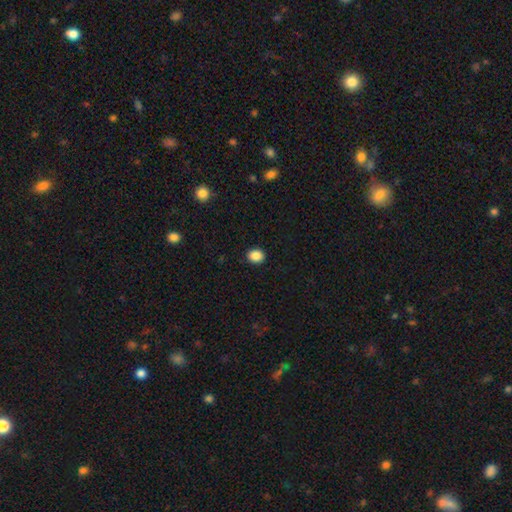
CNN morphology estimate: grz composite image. It shows a smooth galaxy with no disk features (88%) that is round (62%). Merging: none (91%).